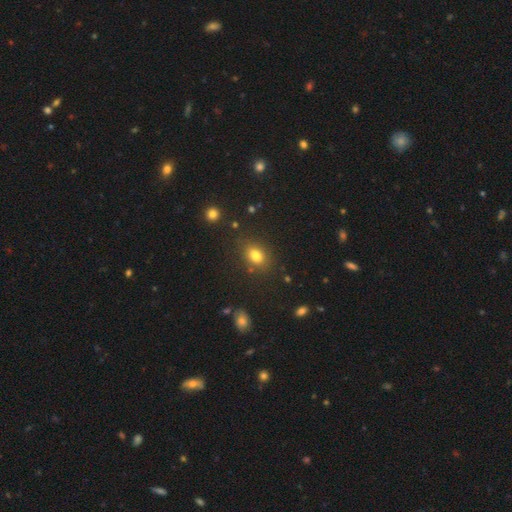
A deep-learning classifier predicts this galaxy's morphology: type=smooth (79%); roundness=in between (67%); merging=none (80%).